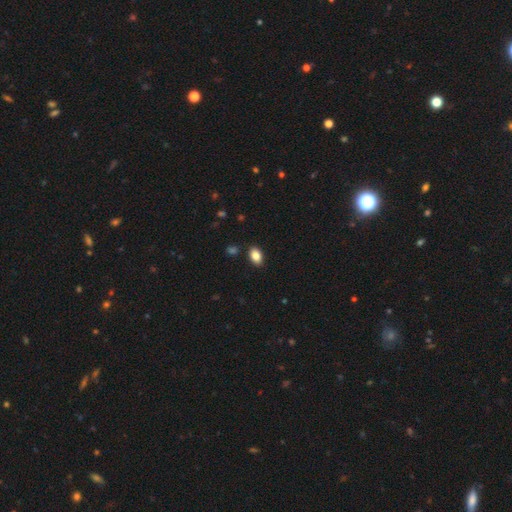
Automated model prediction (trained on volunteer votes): A smooth galaxy with no disk features (85%) that is in between round and cigar-shaped (89%). Merging: none (88%).